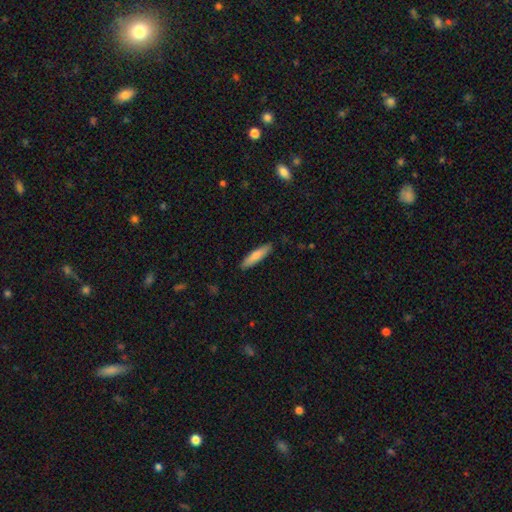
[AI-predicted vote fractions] The model was most divided on "how rounded": cigar-shaped: 77%, in between: 22%, round: 1%. More confident: merging — none (88%); smooth or featured — smooth (79%).